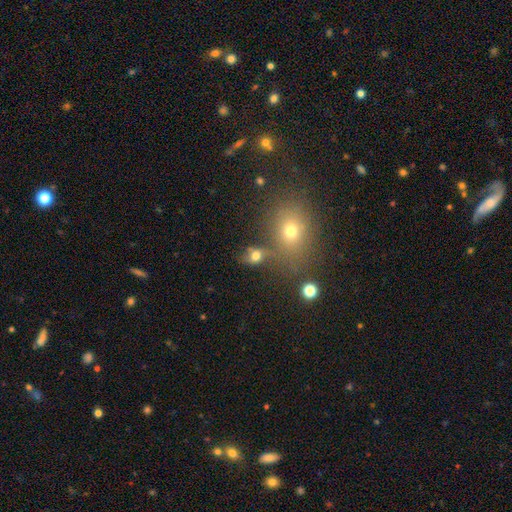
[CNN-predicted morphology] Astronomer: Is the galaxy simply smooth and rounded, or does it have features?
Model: smooth — 71%.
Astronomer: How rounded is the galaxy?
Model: round — 53% (runner-up: in between, 45%).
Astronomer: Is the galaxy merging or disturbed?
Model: none — 57%.